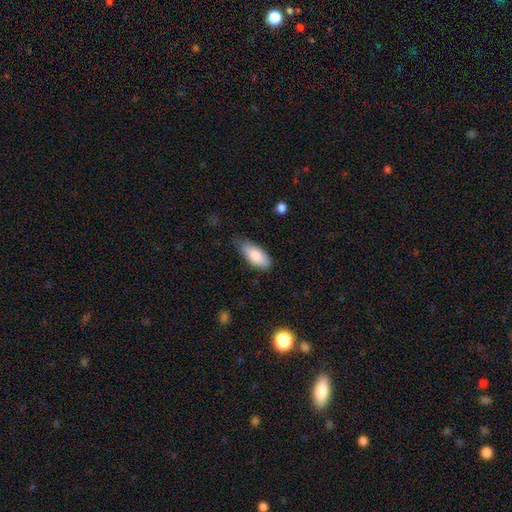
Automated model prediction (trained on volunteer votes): Overall: smooth (85%). How rounded: in between (87%). Merging: none (62%; minor disturbance 31%).